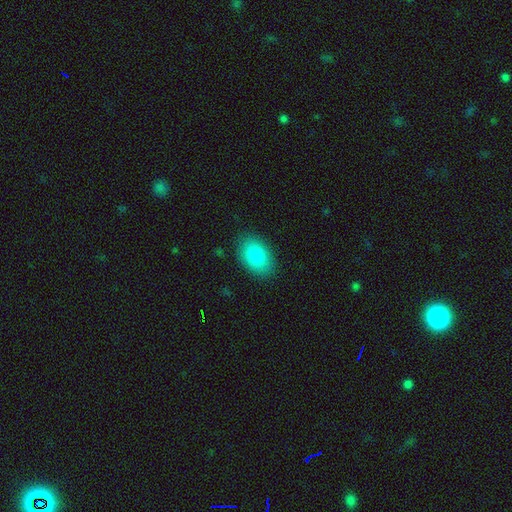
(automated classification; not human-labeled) smooth-or-featured: smooth: 83% | featured or disk: 10% | star or artifact: 7%
  how-rounded: in between: 86% | round: 12% | cigar-shaped: 1%
  merging: none: 86% | minor disturbance: 10% | major disturbance: 3% | merger: 1%